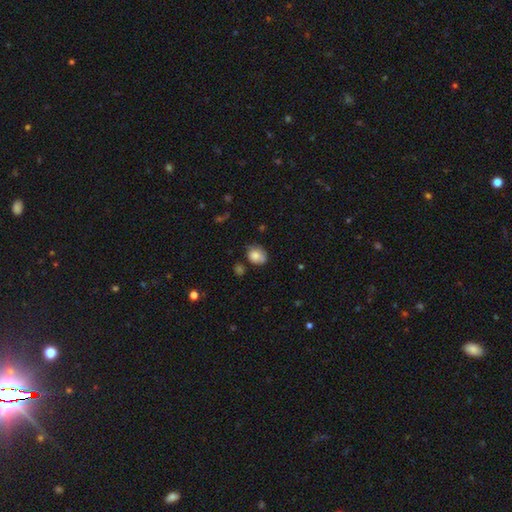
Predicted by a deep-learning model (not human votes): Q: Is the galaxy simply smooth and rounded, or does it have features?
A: smooth — 79%.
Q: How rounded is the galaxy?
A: in between — 55%.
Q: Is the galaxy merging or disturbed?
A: none — 57%.